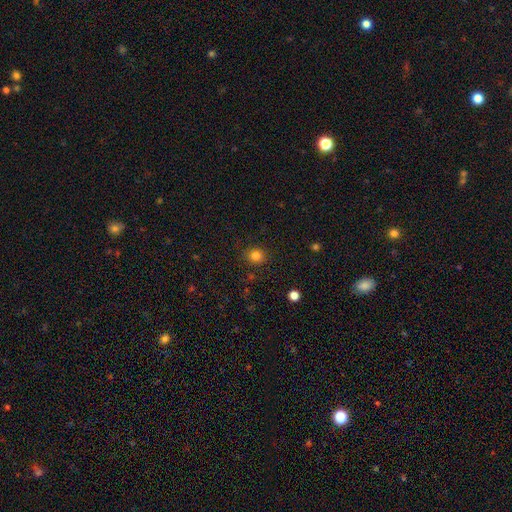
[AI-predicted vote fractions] Smooth or featured: smooth — 82% (star or artifact — 13%)
How rounded: round — 87% (in between — 12%)
Merging: none — 89% (minor disturbance — 7%)